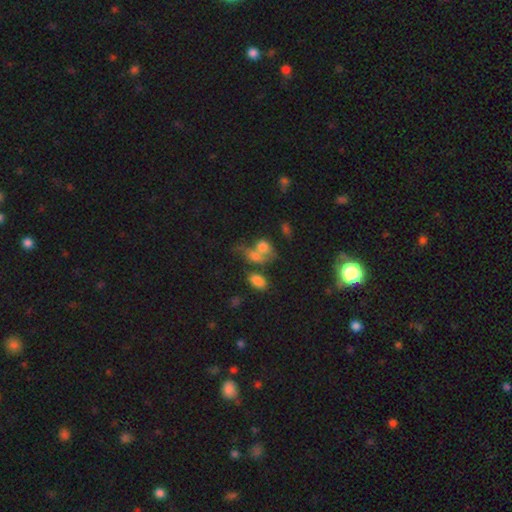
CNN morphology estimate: A smooth galaxy with no disk features (68%) that is in between round and cigar-shaped (60%). Merging: merger (49%).